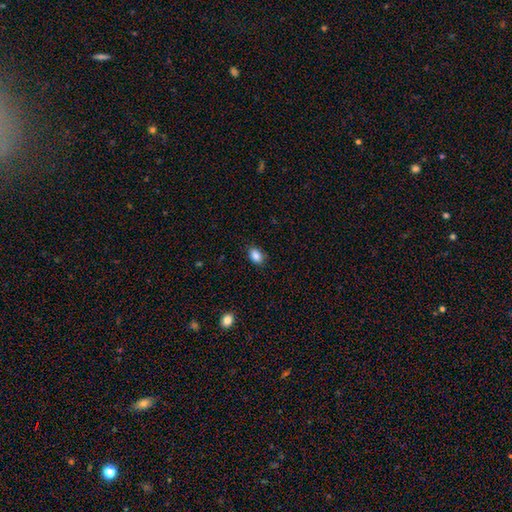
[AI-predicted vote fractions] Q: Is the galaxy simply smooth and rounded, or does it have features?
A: smooth — 87%.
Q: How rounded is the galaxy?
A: in between — 85%.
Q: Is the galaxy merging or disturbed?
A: none — 85%.